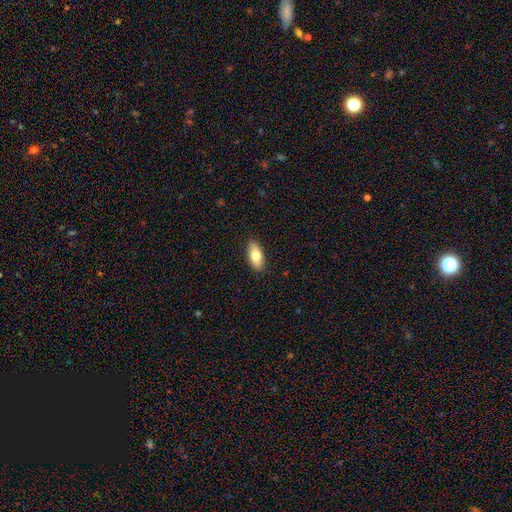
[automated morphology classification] Overall: smooth (76%). How rounded: in between (87%). Merging: none (88%).